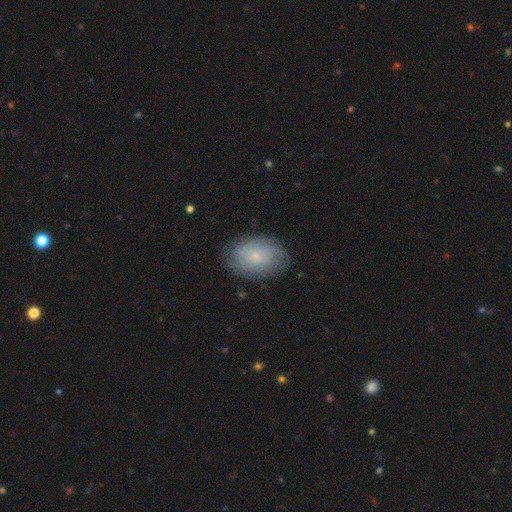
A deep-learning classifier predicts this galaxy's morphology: Smooth or featured? smooth (53%)
How rounded? in between (82%)
Merging? none (79%)